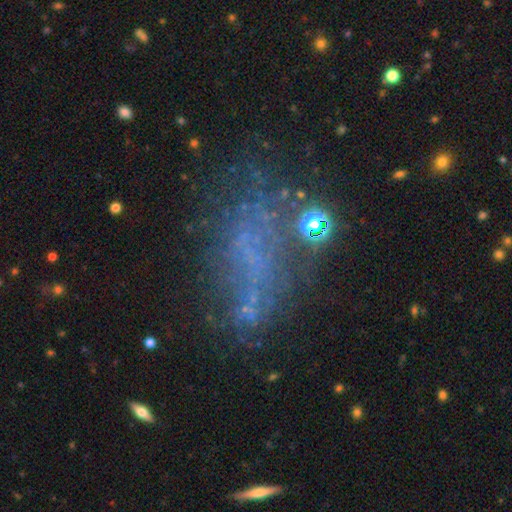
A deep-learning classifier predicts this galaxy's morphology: type=featured or disk (37%); merging=none (42%).